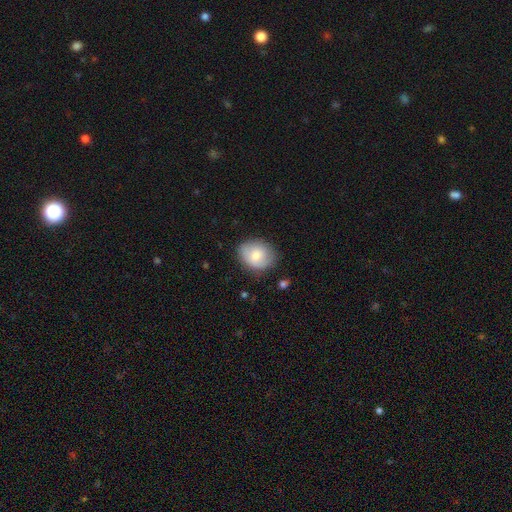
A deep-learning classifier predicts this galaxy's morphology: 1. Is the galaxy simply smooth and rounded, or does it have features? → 70% smooth, 22% featured or disk, 7% star or artifact.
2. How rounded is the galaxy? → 52% round, 47% in between, 1% cigar-shaped.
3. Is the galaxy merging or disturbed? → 77% none, 17% minor disturbance, 4% major disturbance, 1% merger.